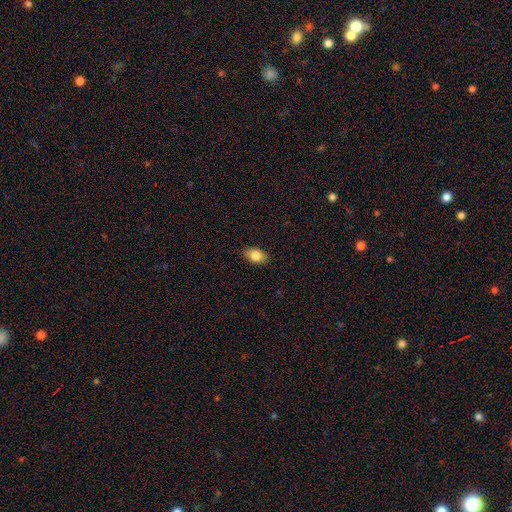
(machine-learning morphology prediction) A smooth galaxy with no disk features (84%) that is in between round and cigar-shaped (89%). Merging: none (88%).